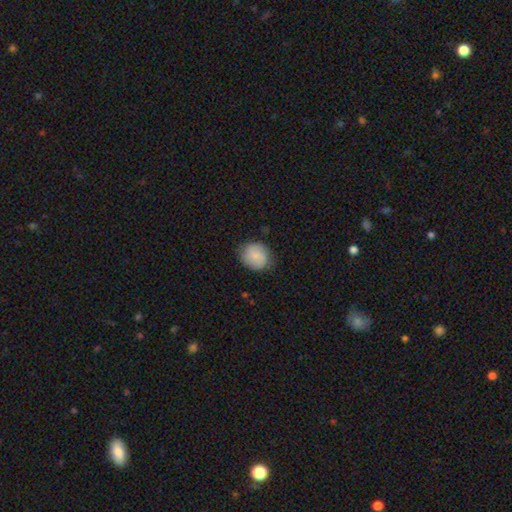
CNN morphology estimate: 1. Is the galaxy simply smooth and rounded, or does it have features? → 82% smooth, 12% featured or disk, 7% star or artifact.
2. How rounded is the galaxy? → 81% round, 18% in between, 1% cigar-shaped.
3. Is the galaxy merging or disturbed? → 79% none, 17% minor disturbance, 4% major disturbance, 1% merger.